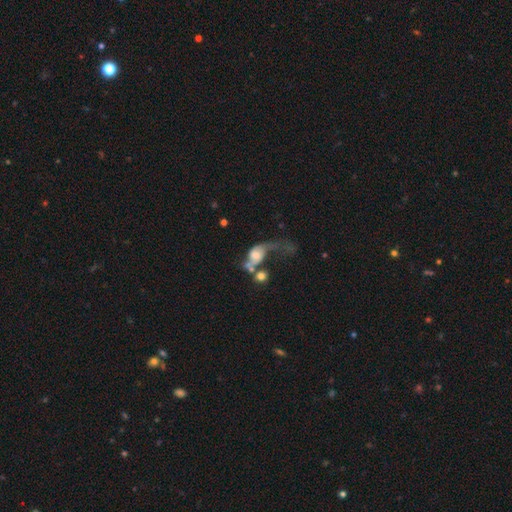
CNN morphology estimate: Smooth or featured? featured or disk (58%)
Edge-on disk? no (96%)
Bar? no (69%)
Spiral arms? yes (76%)
Bulge size? moderate (33%)
Merging? major disturbance (39%)